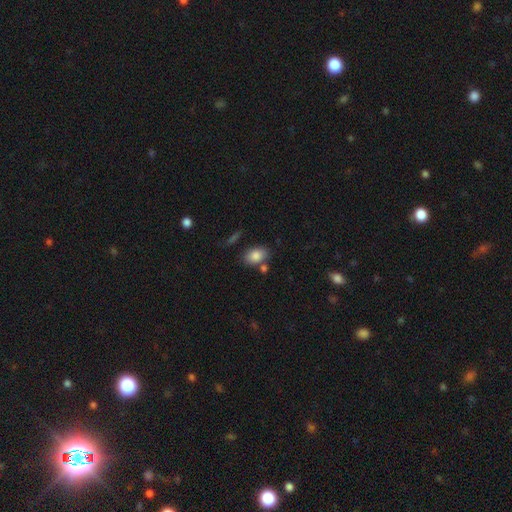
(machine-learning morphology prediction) smooth-or-featured: smooth: 84% | star or artifact: 8% | featured or disk: 8%
  how-rounded: in between: 85% | round: 13% | cigar-shaped: 2%
  merging: none: 71% | minor disturbance: 13% | merger: 12% | major disturbance: 4%